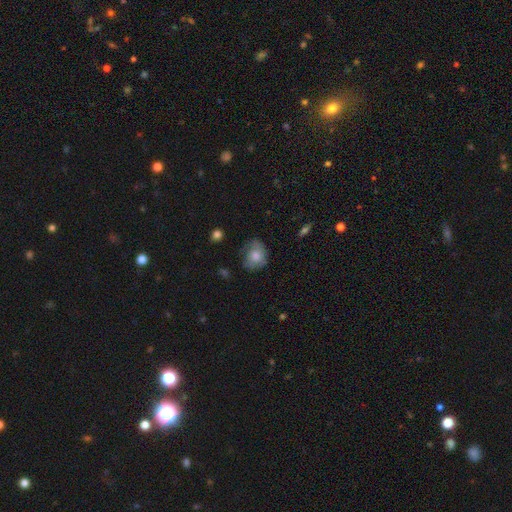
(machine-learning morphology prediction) The model was most divided on "how rounded": round: 58%, in between: 41%, cigar-shaped: 1%. More confident: smooth or featured — smooth (62%); merging — none (55%).